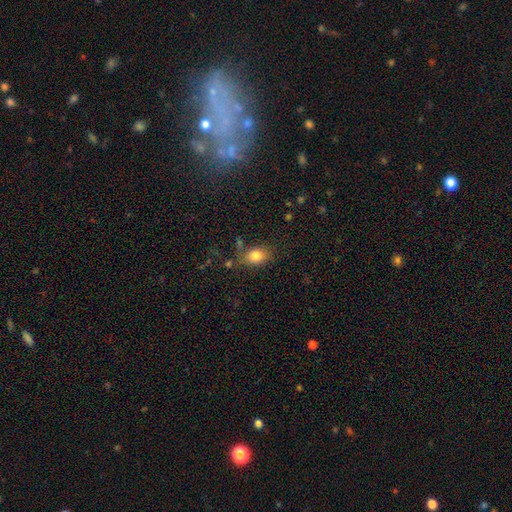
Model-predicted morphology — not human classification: This appears to be a smooth galaxy with no disk features (82%) that is in between round and cigar-shaped (76%). Merging: none (71%).